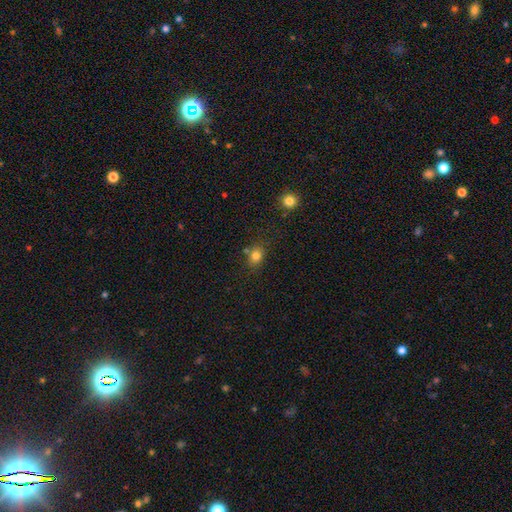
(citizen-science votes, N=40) smooth_or_featured: smooth (p=0.85) [alt: star or artifact p=0.12]
how_rounded: round (p=0.59) [alt: in between p=0.41]
merging: none (p=0.74) [alt: minor disturbance p=0.14]